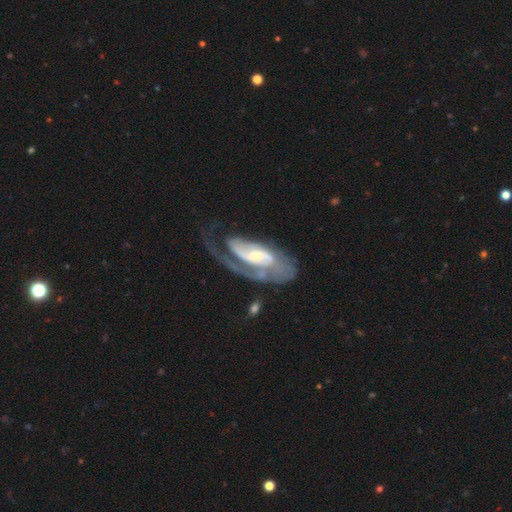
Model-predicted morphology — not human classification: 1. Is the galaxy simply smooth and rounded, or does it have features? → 85% featured or disk, 10% smooth, 5% star or artifact.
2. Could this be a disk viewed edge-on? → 94% no, 6% yes.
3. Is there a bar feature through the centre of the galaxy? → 41% weak, 40% no, 19% strong.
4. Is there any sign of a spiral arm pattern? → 94% yes, 6% no.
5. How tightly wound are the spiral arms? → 42% tight, 40% medium, 18% loose.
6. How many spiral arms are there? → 52% 1, 31% 2, 10% can't tell, 4% 3, 1% 4, 1% more than 4.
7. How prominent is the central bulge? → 40% moderate, 39% small, 11% large, 7% none, 2% dominant.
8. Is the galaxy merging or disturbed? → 39% none, 37% major disturbance, 20% minor disturbance, 5% merger.